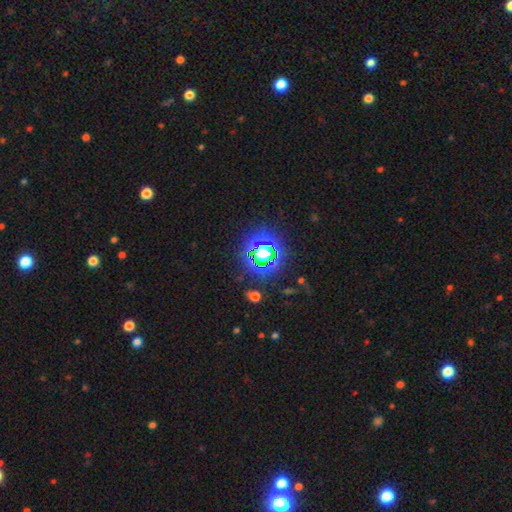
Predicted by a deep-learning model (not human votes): Q: Smooth or featured?
A: star or artifact (83%); runner-up: smooth (11%)